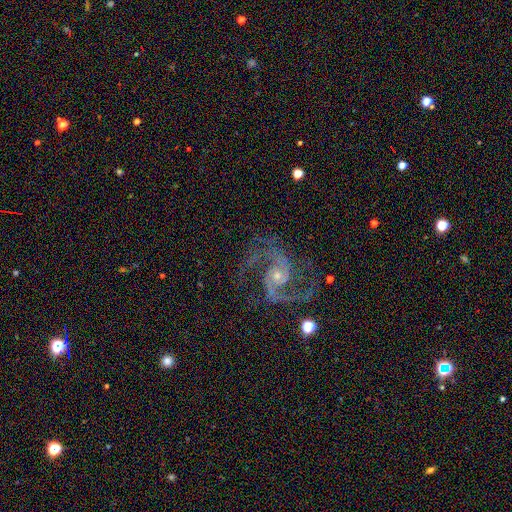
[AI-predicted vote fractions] Smooth or featured: featured or disk — 85% (star or artifact — 11%)
Edge-on disk: no — 98% (yes — 2%)
Bar: no — 44% (weak — 41%)
Spiral arms: yes — 98% (no — 2%)
Spiral winding: medium — 62% (loose — 22%)
Spiral arm count: 2 — 88% (3 — 4%)
Bulge size: small — 58% (moderate — 34%)
Merging: none — 76% (minor disturbance — 13%)